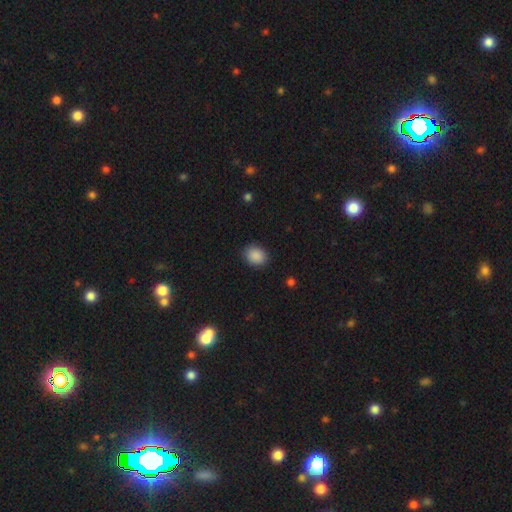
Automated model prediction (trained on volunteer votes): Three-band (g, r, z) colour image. It shows a smooth galaxy with no disk features (89%) that is round (54%). Merging: none (88%).